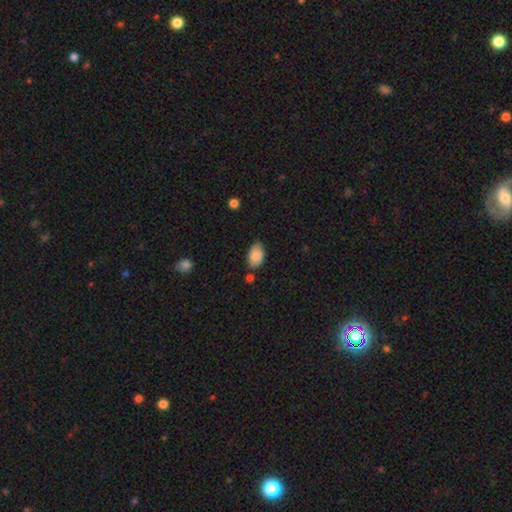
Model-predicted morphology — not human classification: Smooth or featured?
  - smooth: 87% *
  - featured or disk: 7%
  - star or artifact: 6%
How rounded?
  - in between: 93% *
  - round: 5%
  - cigar-shaped: 1%
Merging?
  - none: 74% *
  - minor disturbance: 18%
  - merger: 5%
  - major disturbance: 3%